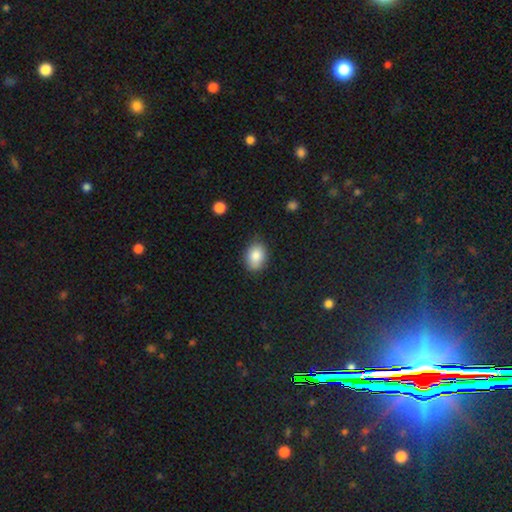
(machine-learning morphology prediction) type=smooth (85%); roundness=in between (71%); merging=none (79%).